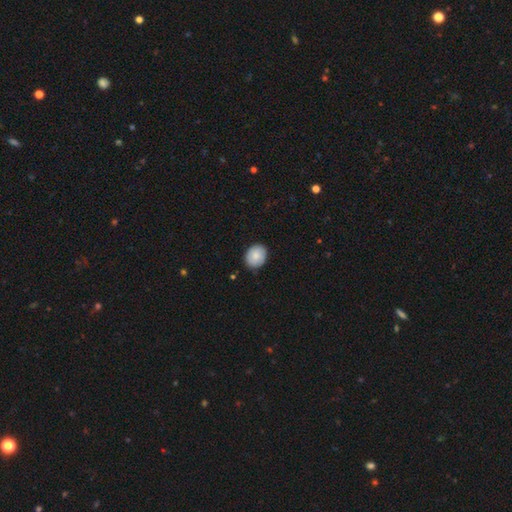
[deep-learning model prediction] This is clearly a smooth galaxy (84%). How rounded: possibly round (53%). Merging: clearly none (87%).